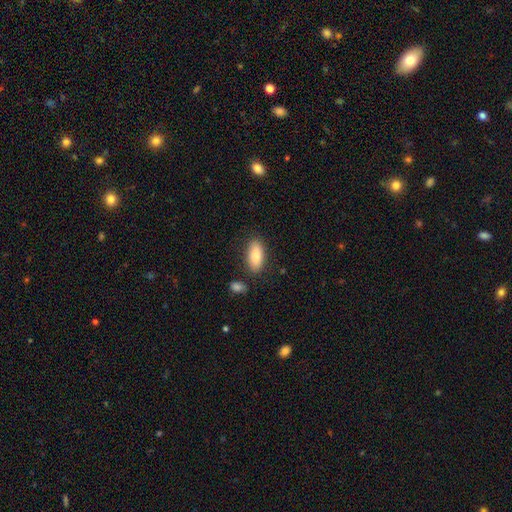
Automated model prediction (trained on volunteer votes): Smooth or featured: smooth — 82% (featured or disk — 12%)
How rounded: in between — 87% (cigar-shaped — 11%)
Merging: none — 81% (minor disturbance — 12%)